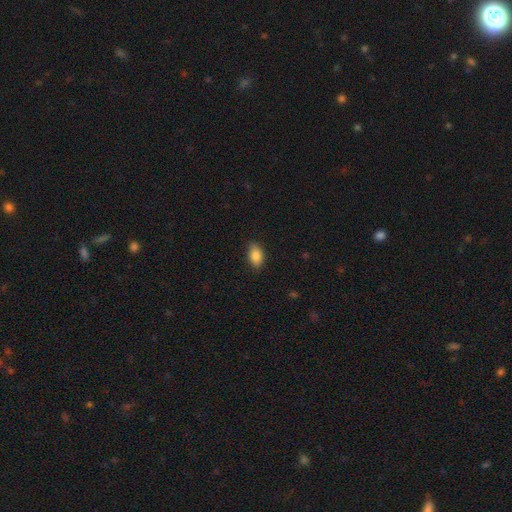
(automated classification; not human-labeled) This appears to be a smooth galaxy with no disk features (86%) that is in between round and cigar-shaped (89%). Merging: none (80%).